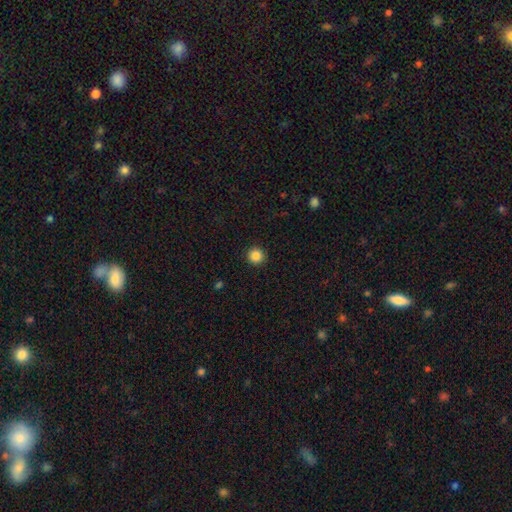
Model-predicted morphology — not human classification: The model was most divided on "smooth or featured": smooth: 86%, star or artifact: 10%, featured or disk: 4%. More confident: how rounded — round (95%); merging — none (93%).